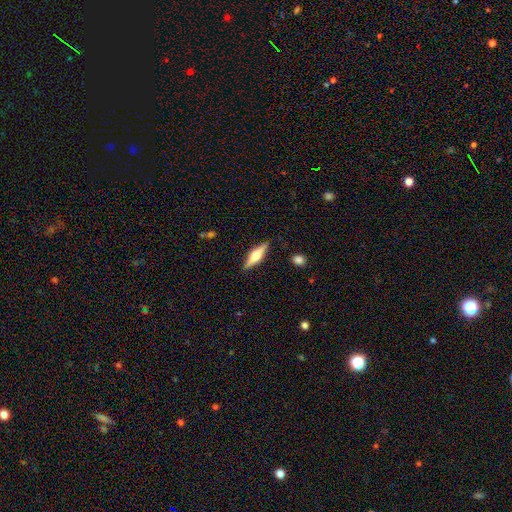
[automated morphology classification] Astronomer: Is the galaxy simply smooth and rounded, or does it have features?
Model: featured or disk — 62%.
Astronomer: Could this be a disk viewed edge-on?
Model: yes — 96%.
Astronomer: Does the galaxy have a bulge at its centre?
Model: rounded — 87%.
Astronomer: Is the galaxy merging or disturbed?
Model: none — 88%.